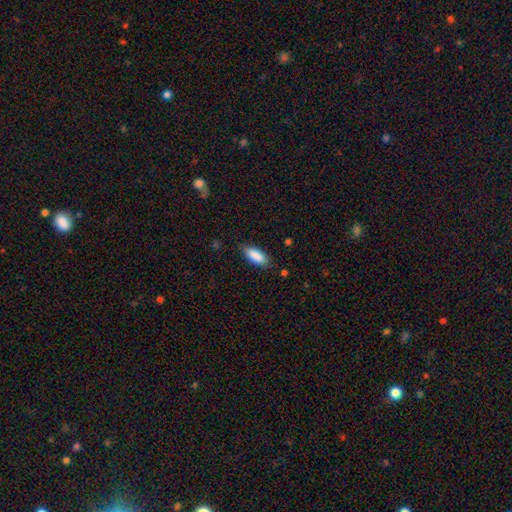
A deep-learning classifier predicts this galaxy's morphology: Q: Smooth or featured?
A: smooth (88%); runner-up: star or artifact (6%)
Q: How rounded?
A: in between (80%); runner-up: cigar-shaped (19%)
Q: Merging?
A: none (79%); runner-up: minor disturbance (17%)